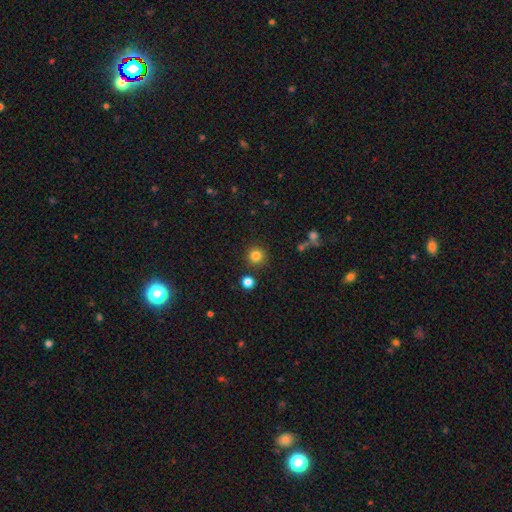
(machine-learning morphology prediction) A smooth galaxy with no disk features (83%) that is round (94%). Merging: none (88%).